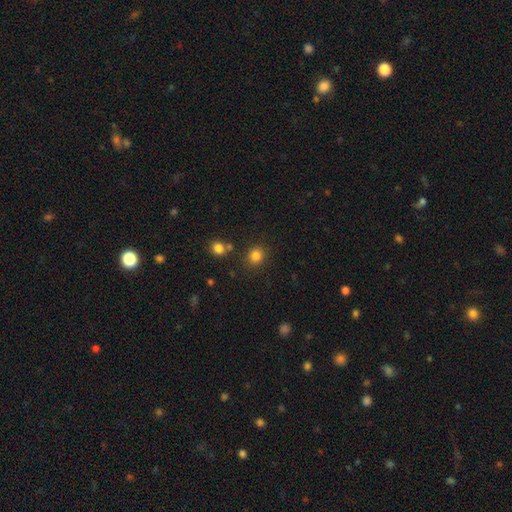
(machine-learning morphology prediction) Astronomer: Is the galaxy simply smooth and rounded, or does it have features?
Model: smooth — 83%.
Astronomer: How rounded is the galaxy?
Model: round — 83%.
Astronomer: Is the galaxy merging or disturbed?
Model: none — 84%.